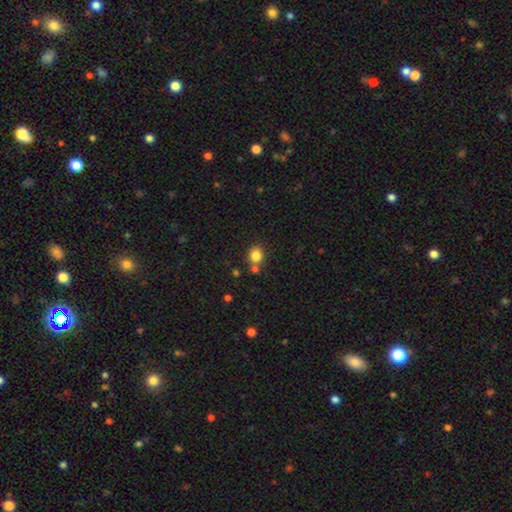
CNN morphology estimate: type=smooth (83%); roundness=round (73%); merging=none (69%).